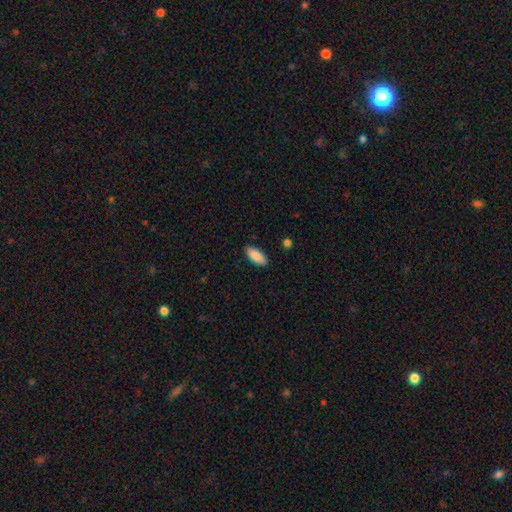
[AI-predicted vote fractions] Smooth or featured? smooth (88%)
How rounded? in between (85%)
Merging? none (87%)